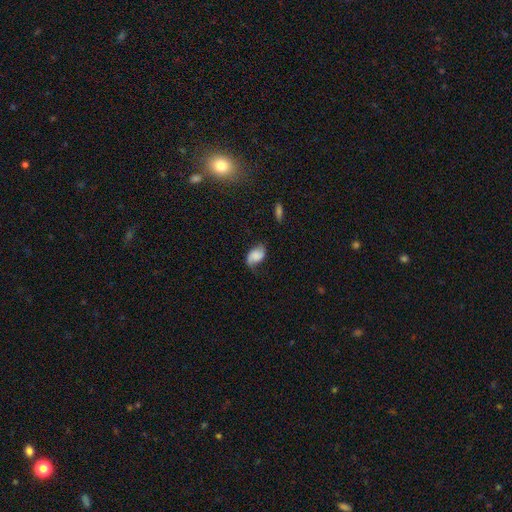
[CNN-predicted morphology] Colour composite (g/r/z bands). It shows a smooth galaxy with no disk features (51%) that is in between round and cigar-shaped (87%). Merging: none (57%).